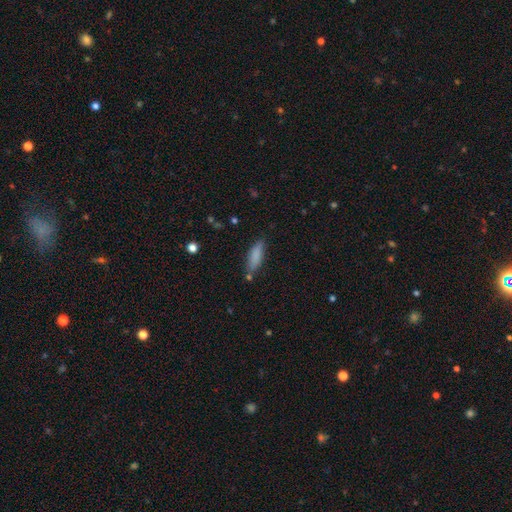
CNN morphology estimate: The model was most divided on "how rounded" (2-way tie): in between: 49%, cigar-shaped: 49%, round: 2%. More confident: smooth or featured — smooth (83%); merging — none (74%).